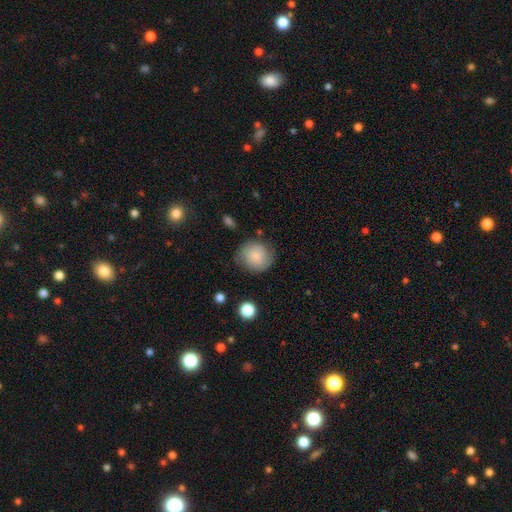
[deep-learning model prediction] The model was most divided on "merging": none: 77%, minor disturbance: 17%, major disturbance: 5%, merger: 2%. More confident: how rounded — round (87%); smooth or featured — smooth (79%).